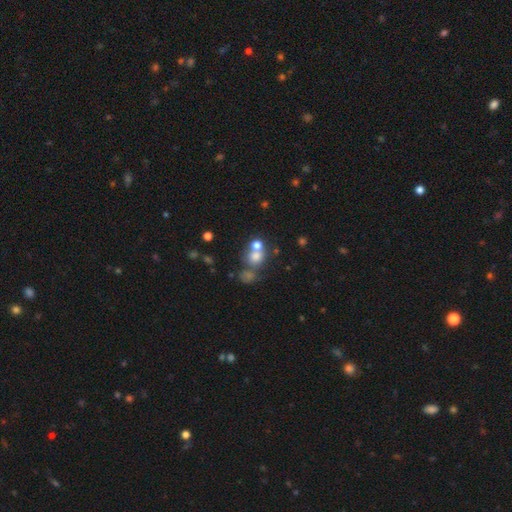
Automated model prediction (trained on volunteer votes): Smooth or featured?
  - smooth: 69% *
  - star or artifact: 17%
  - featured or disk: 14%
How rounded?
  - round: 76% *
  - in between: 23%
  - cigar-shaped: 1%
Merging?
  - merger: 42% * (tied)
  - none: 42% * (tied)
  - minor disturbance: 9%
  - major disturbance: 6%